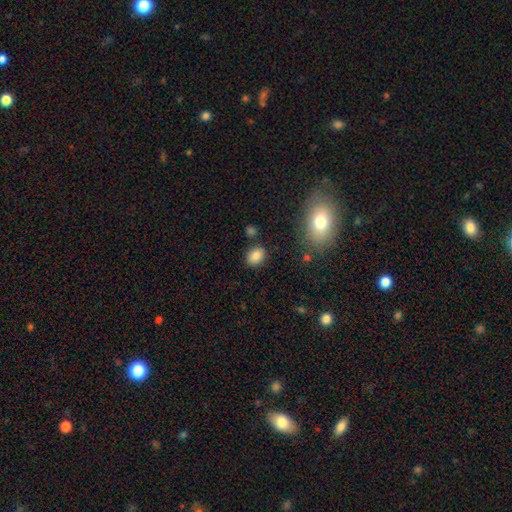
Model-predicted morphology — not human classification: Smooth or featured: smooth — 83% (star or artifact — 11%)
How rounded: in between — 64% (round — 34%)
Merging: none — 82% (minor disturbance — 10%)